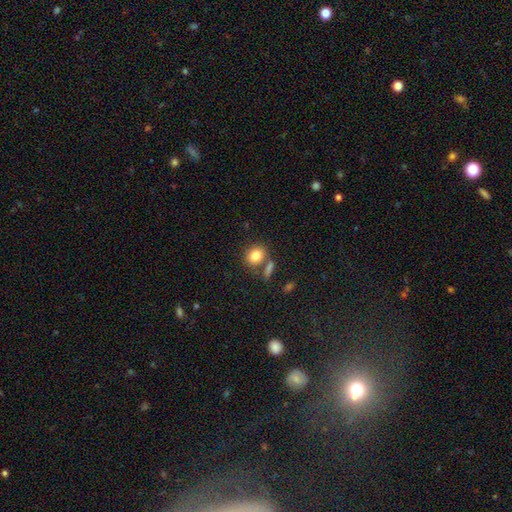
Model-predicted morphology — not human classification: Overall: smooth (82%). How rounded: round (62%; in between 36%). Merging: none (63%).